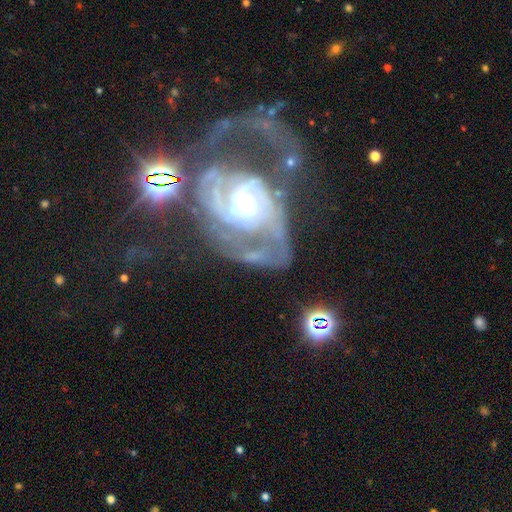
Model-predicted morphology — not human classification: A featured or disk galaxy (82%) with no bar (52%), 2 (43%) tight (45%) spiral arms (89%) and a moderate central bulge (63%). Merging: major disturbance (31%).